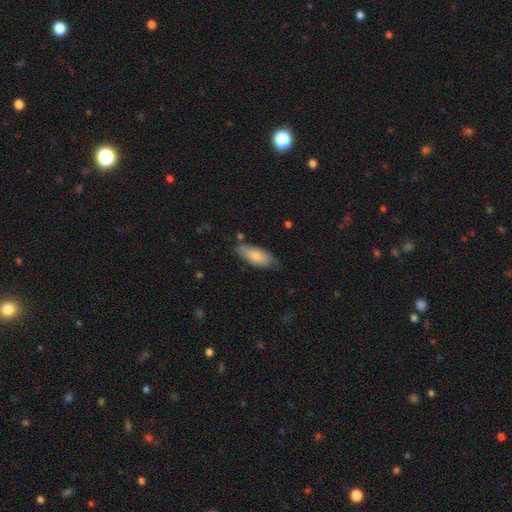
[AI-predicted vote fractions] Smooth or featured? Predicted: smooth (p=0.77). How rounded? Predicted: in between (p=0.83). Merging? Predicted: none (p=0.59).